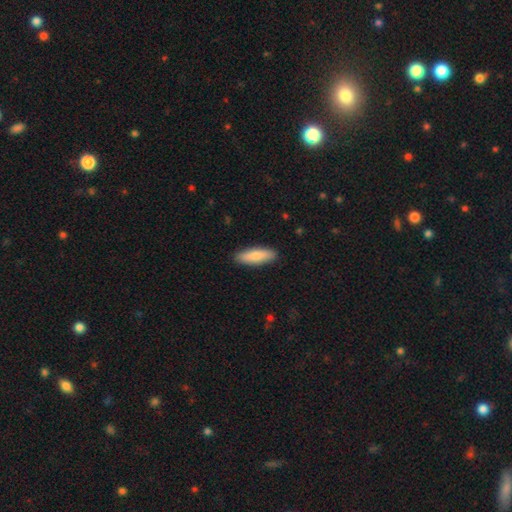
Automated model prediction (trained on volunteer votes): Overall: smooth (82%). How rounded: in between (49%, tied with cigar-shaped). Merging: none (90%).